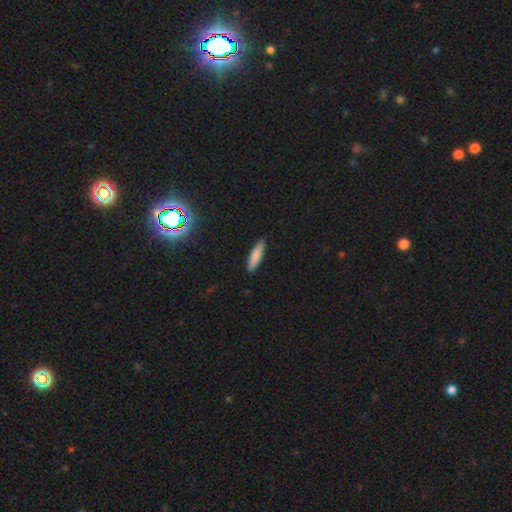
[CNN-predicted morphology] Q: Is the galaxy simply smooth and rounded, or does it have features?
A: smooth — 82%.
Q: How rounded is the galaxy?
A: cigar-shaped — 77%.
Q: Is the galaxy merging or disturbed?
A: none — 87%.